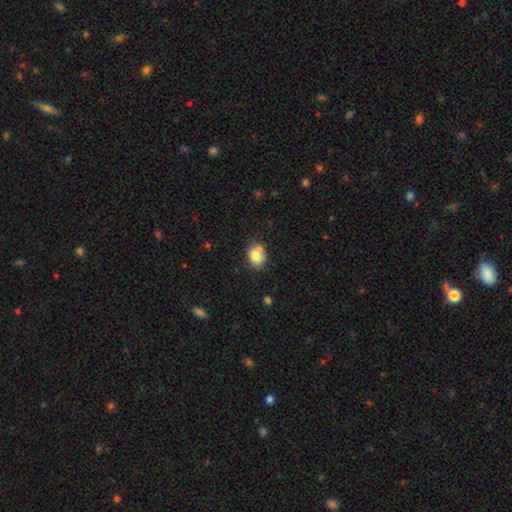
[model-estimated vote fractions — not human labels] Overall: smooth (76%). How rounded: in between (60%; round 39%). Merging: none (53%; merger 25%).